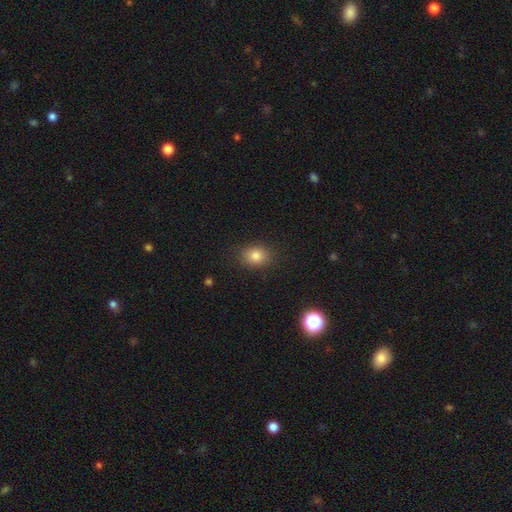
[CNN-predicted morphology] Smooth or featured?
  - smooth: 82% *
  - star or artifact: 11%
  - featured or disk: 7%
How rounded?
  - in between: 50% *
  - round: 49%
  - cigar-shaped: 1%
Merging?
  - none: 87% *
  - minor disturbance: 9%
  - major disturbance: 3%
  - merger: 1%